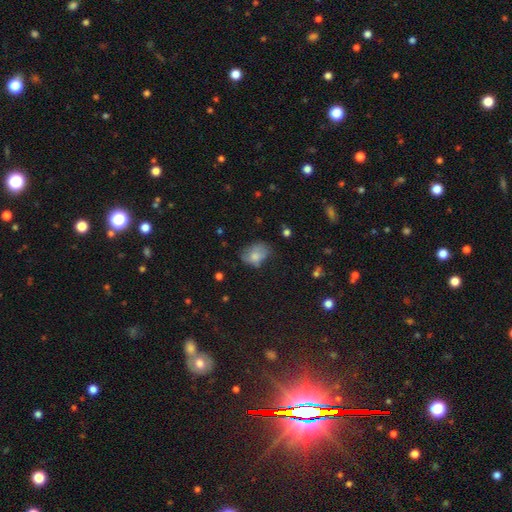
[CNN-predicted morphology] smooth-or-featured: smooth: 68% | featured or disk: 22% | star or artifact: 11%
  how-rounded: in between: 72% | round: 26% | cigar-shaped: 1%
  merging: none: 43% | minor disturbance: 34% | major disturbance: 20% | merger: 3%